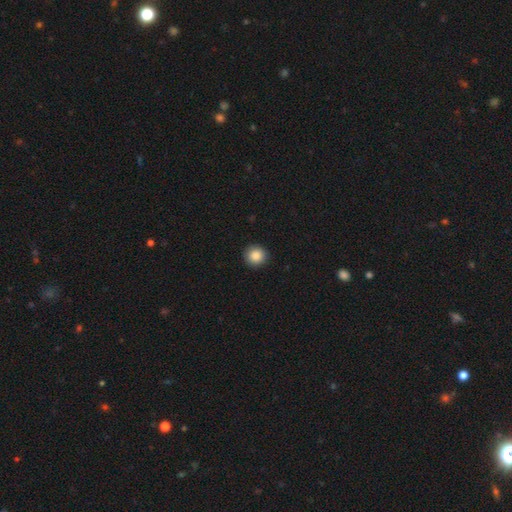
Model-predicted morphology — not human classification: smooth-or-featured: smooth: 88% | star or artifact: 9% | featured or disk: 3%
  how-rounded: round: 92% | in between: 7% | cigar-shaped: 1%
  merging: none: 92% | minor disturbance: 5% | major disturbance: 2% | merger: 1%